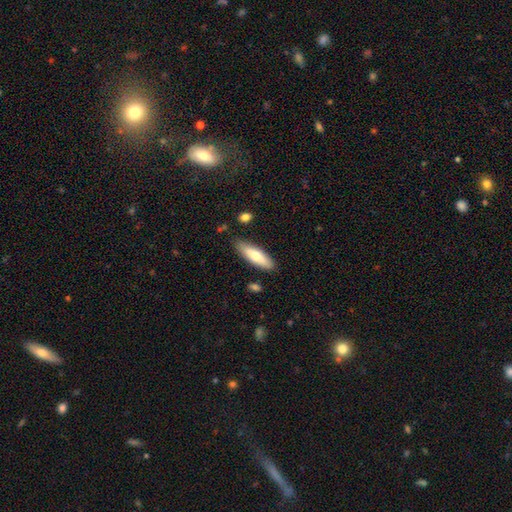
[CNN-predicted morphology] smooth-or-featured: smooth: 68% | featured or disk: 27% | star or artifact: 6%
  how-rounded: cigar-shaped: 56% | in between: 42% | round: 2%
  merging: none: 83% | minor disturbance: 13% | merger: 2% | major disturbance: 2%